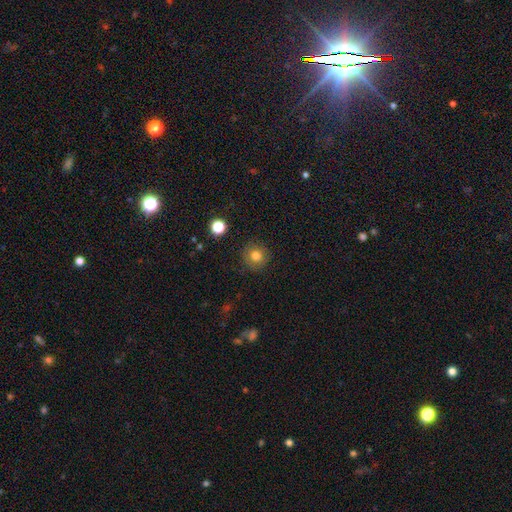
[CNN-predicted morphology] Smooth or featured? Predicted: smooth (p=0.79). How rounded? Predicted: round (p=0.94). Merging? Predicted: none (p=0.89).